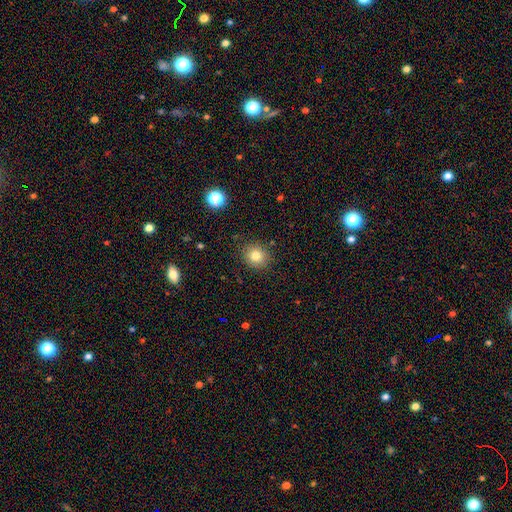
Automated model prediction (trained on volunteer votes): smooth 81%, star or artifact 12%, featured or disk 8%. Down the decision tree: how rounded — round (85%); merging — none (88%).